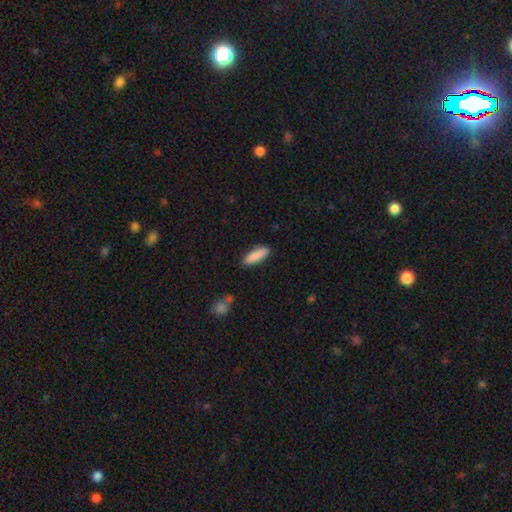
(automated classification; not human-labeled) Morphology: type=smooth (88%); roundness=cigar-shaped (54%); merging=none (86%).